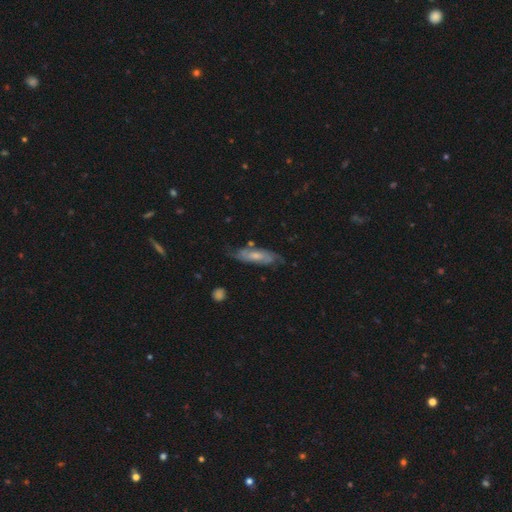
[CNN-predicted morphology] Overall: featured or disk (56%; smooth 37%). Edge-on disk: no (68%; yes 32%). Merging: none (67%).